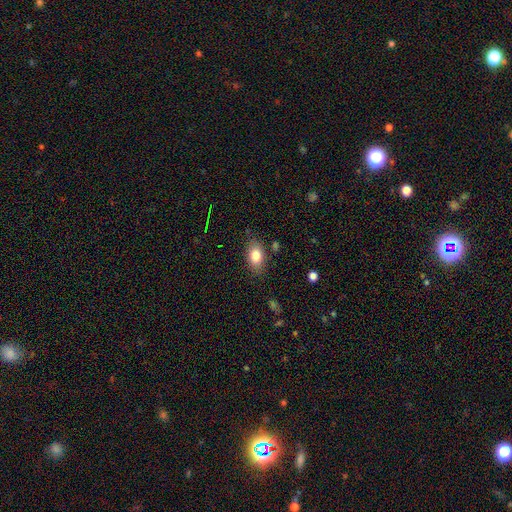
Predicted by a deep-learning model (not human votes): A smooth galaxy with no disk features (81%) that is in between round and cigar-shaped (87%). Merging: none (82%).